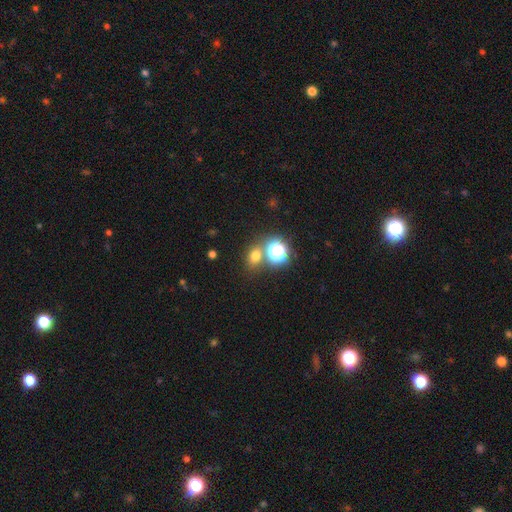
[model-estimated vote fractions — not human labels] A smooth galaxy with no disk features (66%) that is round (60%).

Vote fractions:
- Smooth or featured? smooth: 66% / star or artifact: 27% / featured or disk: 8%
- How rounded? round: 60% / in between: 39% / cigar-shaped: 1%
- Merging? none: 69% / merger: 18% / minor disturbance: 9% / major disturbance: 4%